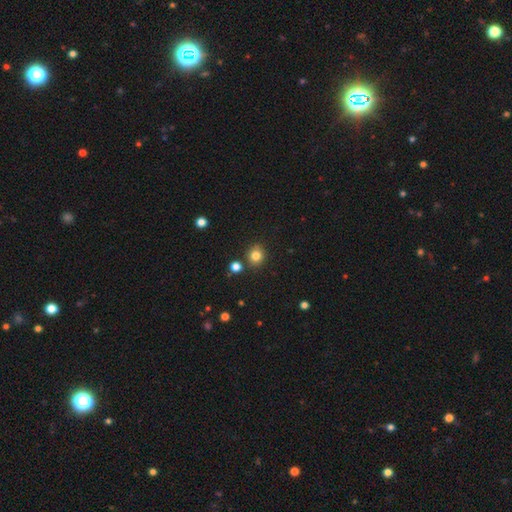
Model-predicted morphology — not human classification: smooth 82%, star or artifact 12%, featured or disk 6%. Down the decision tree: how rounded — round (79%); merging — none (83%).